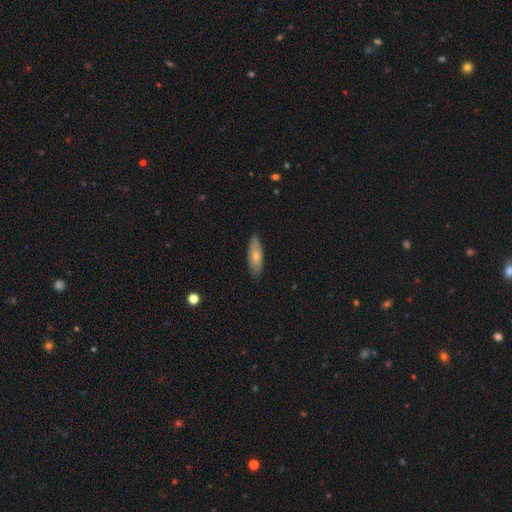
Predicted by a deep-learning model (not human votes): Smooth or featured?
  - smooth: 70% *
  - featured or disk: 25%
  - star or artifact: 6%
How rounded?
  - in between: 55% *
  - cigar-shaped: 42%
  - round: 2%
Merging?
  - none: 86% *
  - minor disturbance: 11%
  - major disturbance: 2%
  - merger: 1%